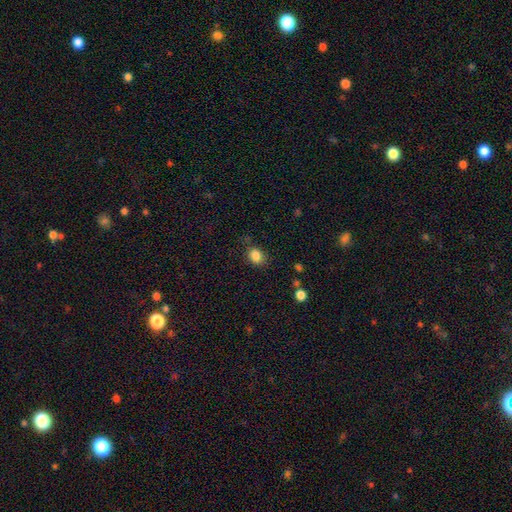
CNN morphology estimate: smooth-or-featured: smooth: 85% | star or artifact: 10% | featured or disk: 5%
  how-rounded: in between: 50% | round: 49% | cigar-shaped: 1%
  merging: none: 76% | minor disturbance: 16% | major disturbance: 5% | merger: 3%